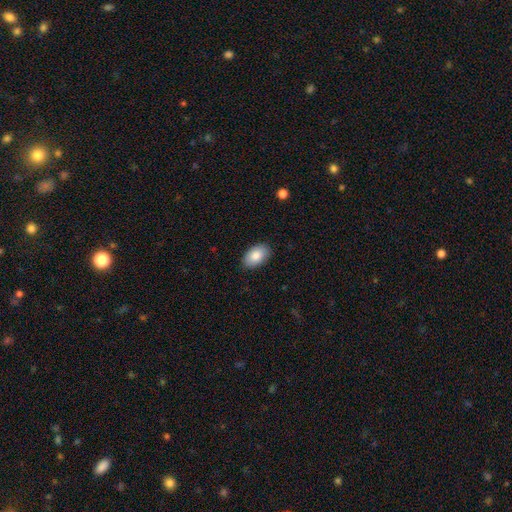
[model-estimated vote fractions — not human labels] A smooth galaxy with no disk features (85%) that is in between round and cigar-shaped (93%). Merging: none (88%).